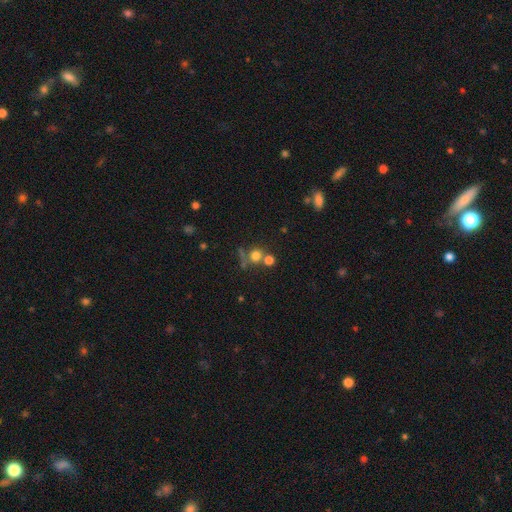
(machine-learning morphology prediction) type=smooth (70%); roundness=round (89%); merging=none (56%).